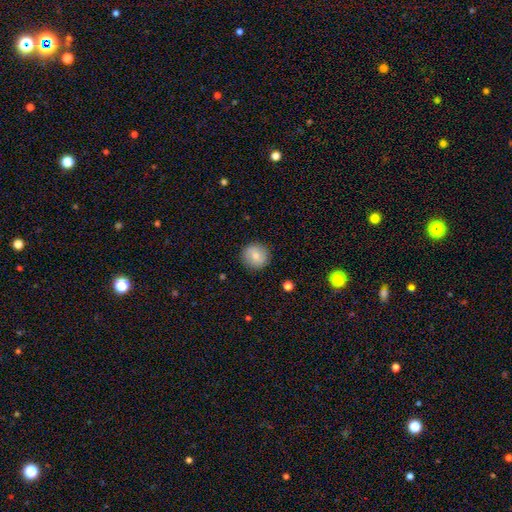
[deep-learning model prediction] Smooth or featured?
  - smooth: 72% *
  - featured or disk: 20%
  - star or artifact: 8%
How rounded?
  - round: 93% *
  - in between: 6%
  - cigar-shaped: 1%
Merging?
  - none: 88% *
  - minor disturbance: 8%
  - major disturbance: 2%
  - merger: 1%